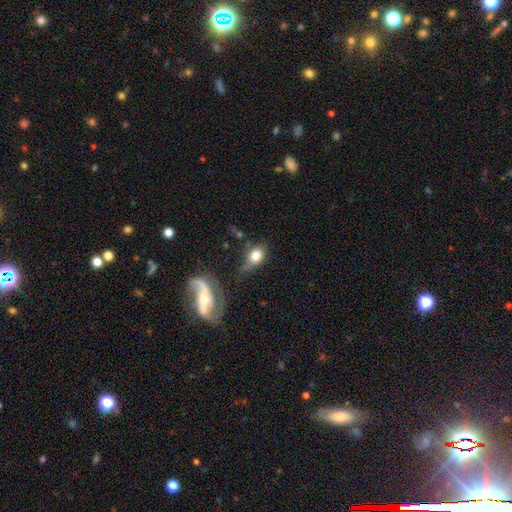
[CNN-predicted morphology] This is likely a smooth galaxy (71%). How rounded: possibly in between (54%). Merging: marginally none (41%).